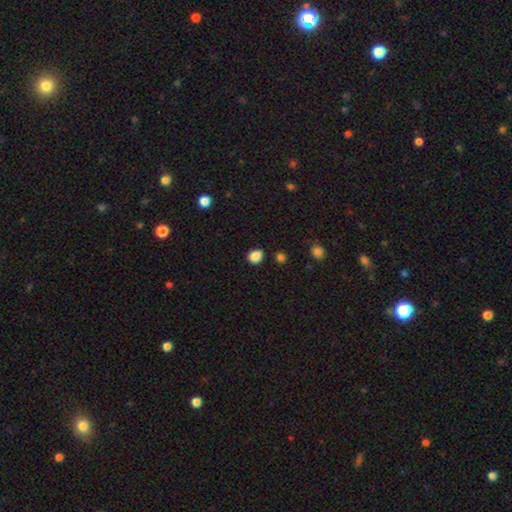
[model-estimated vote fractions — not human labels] This appears to be a smooth galaxy with no disk features (87%) that is round (66%). Merging: none (87%).